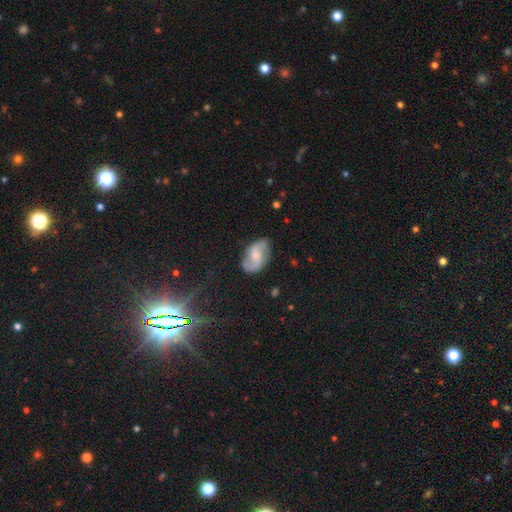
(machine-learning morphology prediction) smooth_or_featured: featured or disk (p=0.69) [alt: smooth p=0.24]
disk_edge_on: no (p=0.97) [alt: yes p=0.03]
bar: no (p=0.45) [tied with: weak p=0.45]
has_spiral_arms: yes (p=0.93) [alt: no p=0.07]
spiral_winding: loose (p=0.44) [alt: medium p=0.42]
spiral_arm_count: 2 (p=0.90) [alt: can't tell p=0.05]
bulge_size: moderate (p=0.39) [alt: small p=0.30]
merging: none (p=0.76) [alt: minor disturbance p=0.17]